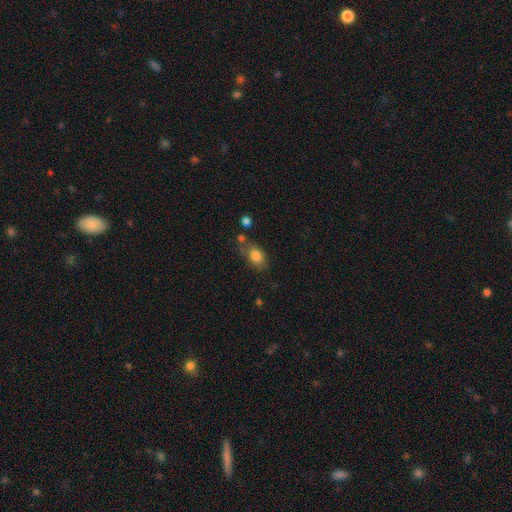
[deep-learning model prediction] smooth 81%, featured or disk 10%, star or artifact 9%. Down the decision tree: how rounded — in between (80%); merging — none (57%).